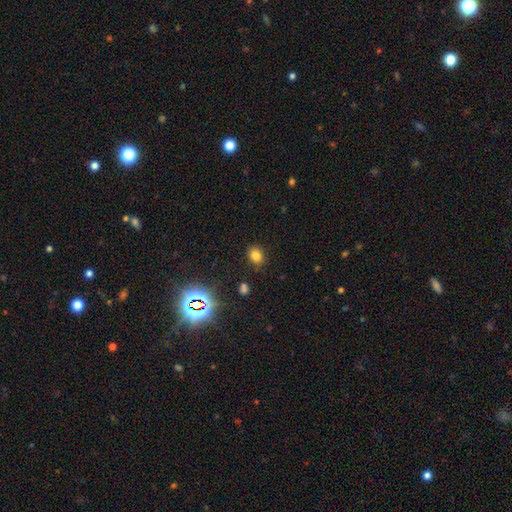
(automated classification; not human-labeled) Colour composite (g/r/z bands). It shows a smooth galaxy with no disk features (76%) that is in between round and cigar-shaped (51%). Merging: none (86%).